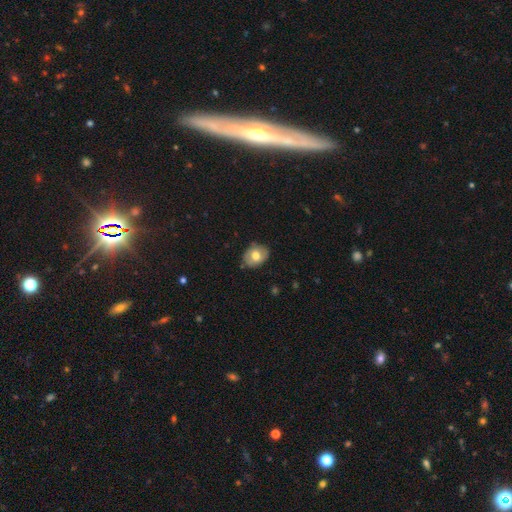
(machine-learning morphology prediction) Overall: smooth (66%; featured or disk 27%). How rounded: in between (58%; round 41%). Merging: none (78%).